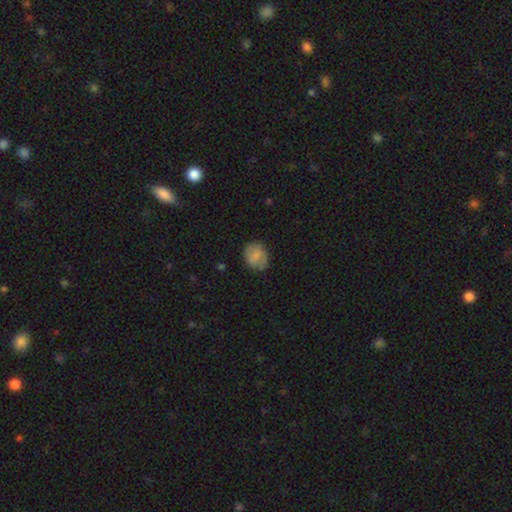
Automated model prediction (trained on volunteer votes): The model was most divided on "how rounded": round: 62%, in between: 37%, cigar-shaped: 1%. More confident: merging — none (73%); smooth or featured — smooth (64%).